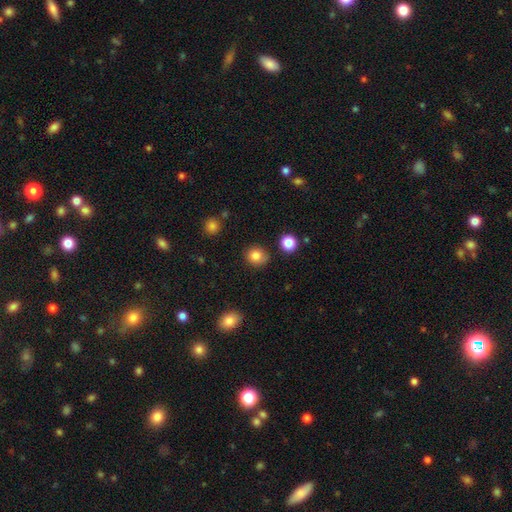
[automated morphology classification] Smooth or featured? Predicted: smooth (p=0.84). How rounded? Predicted: round (p=0.83). Merging? Predicted: none (p=0.83).